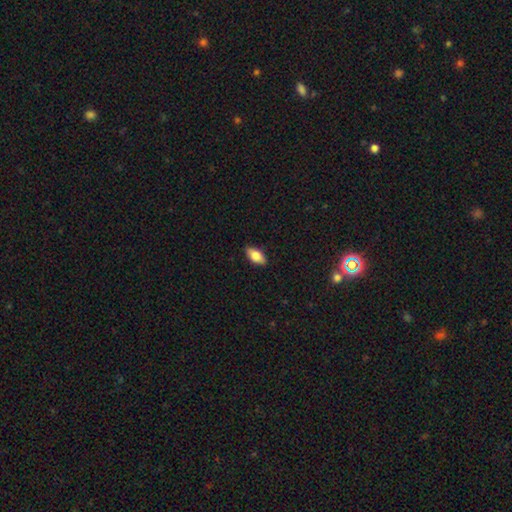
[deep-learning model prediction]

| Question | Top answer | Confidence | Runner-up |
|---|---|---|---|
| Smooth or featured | smooth | 79% | featured or disk (15%) |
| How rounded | in between | 91% | cigar-shaped (6%) |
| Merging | none | 88% | minor disturbance (9%) |